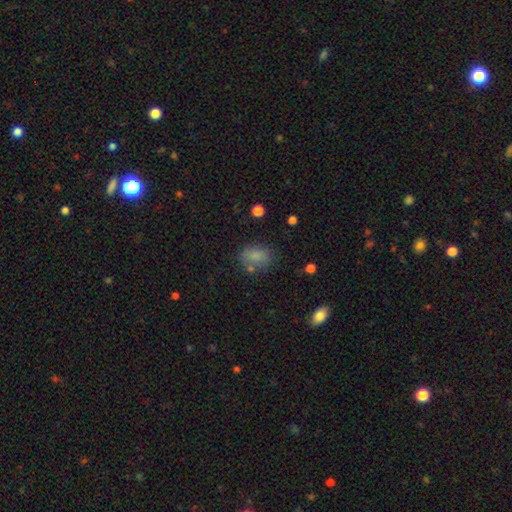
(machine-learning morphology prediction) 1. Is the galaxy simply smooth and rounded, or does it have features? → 80% smooth, 12% star or artifact, 8% featured or disk.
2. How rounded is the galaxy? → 76% in between, 22% round, 2% cigar-shaped.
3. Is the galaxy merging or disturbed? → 65% none, 19% minor disturbance, 8% merger, 7% major disturbance.